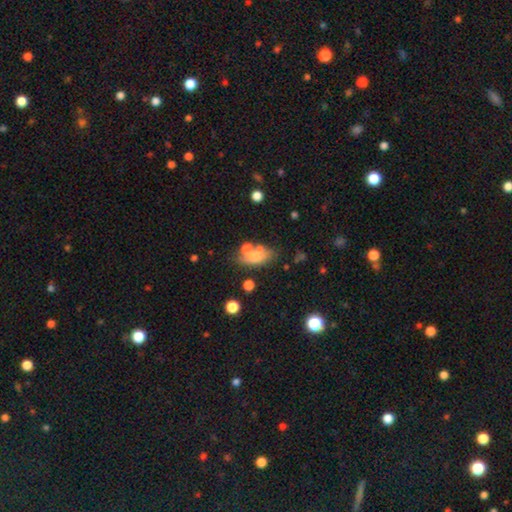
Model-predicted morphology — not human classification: Q: Smooth or featured?
A: smooth (68%); runner-up: featured or disk (22%)
Q: How rounded?
A: in between (82%); runner-up: round (11%)
Q: Merging?
A: none (50%); runner-up: merger (23%)